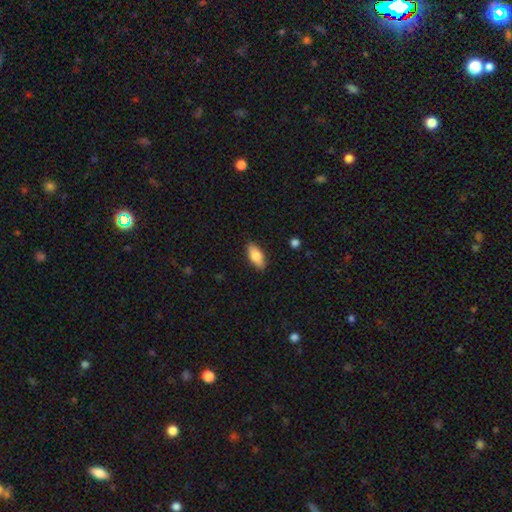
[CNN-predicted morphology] Overall: smooth (79%). How rounded: in between (84%). Merging: none (88%).